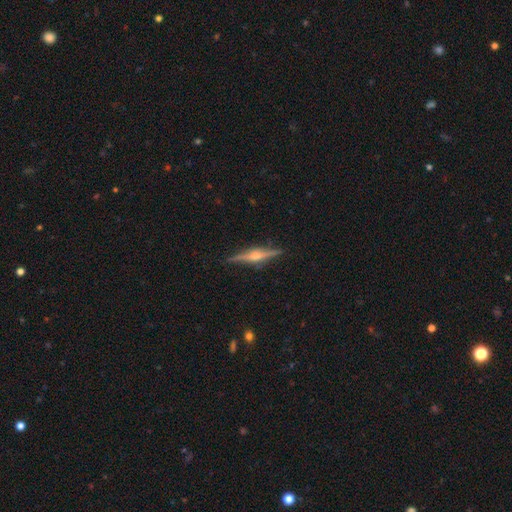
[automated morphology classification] Smooth or featured? featured or disk (81%)
Edge-on disk? yes (98%)
Edge-on bulge? rounded (83%)
Merging? none (89%)